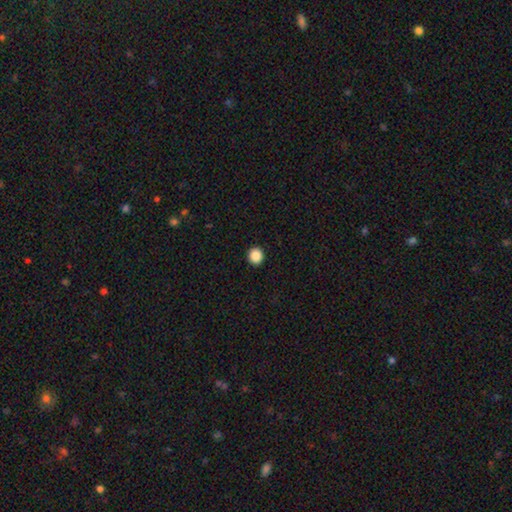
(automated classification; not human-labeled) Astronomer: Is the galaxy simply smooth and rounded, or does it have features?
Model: smooth — 88%.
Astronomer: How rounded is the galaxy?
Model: round — 92%.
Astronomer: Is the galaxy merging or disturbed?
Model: none — 93%.